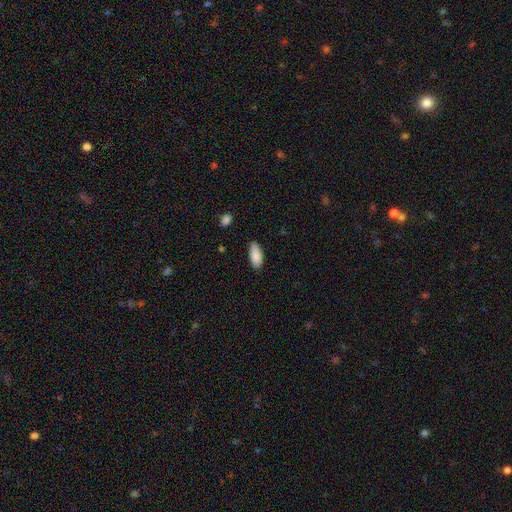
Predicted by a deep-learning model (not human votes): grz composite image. It shows a smooth galaxy with no disk features (89%) that is in between round and cigar-shaped (86%). Merging: none (78%).